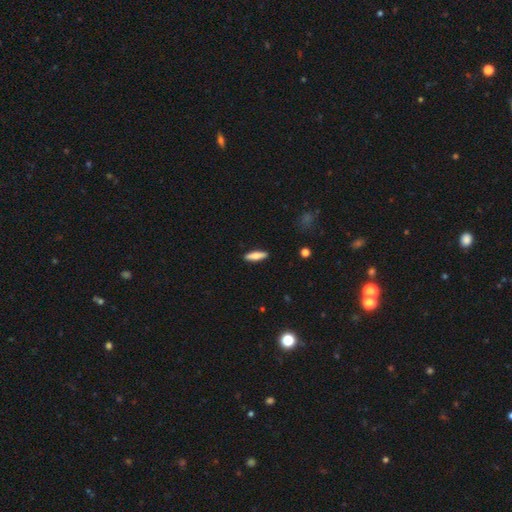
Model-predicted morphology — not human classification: A smooth galaxy with no disk features (75%) that is cigar-shaped (63%). Merging: none (89%).